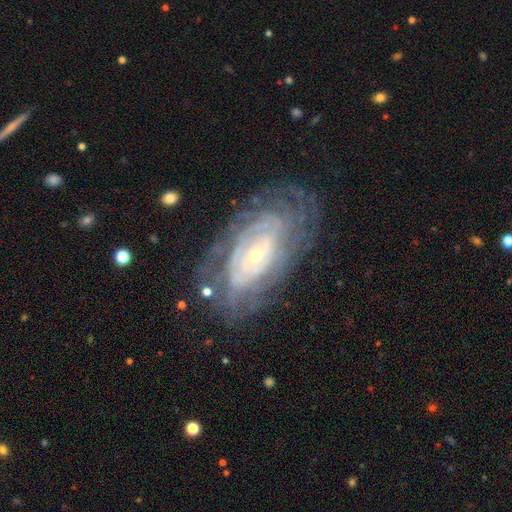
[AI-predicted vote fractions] This is clearly a featured or disk galaxy (84%). It is clearly not viewed edge-on (94%). Bar: likely no (61%). Spiral arm pattern: clearly yes (91%). Spiral arm count: possibly can't tell (50%). Spiral winding: likely tight (80%). Central bulge: likely small (76%). Merging: likely none (73%).